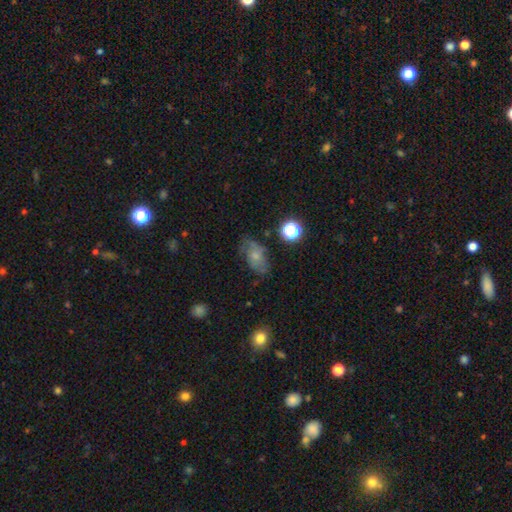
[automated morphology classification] smooth_or_featured: smooth (p=0.58) [alt: featured or disk p=0.29]
how_rounded: in between (p=0.85) [alt: round p=0.12]
merging: none (p=0.59) [alt: minor disturbance p=0.26]